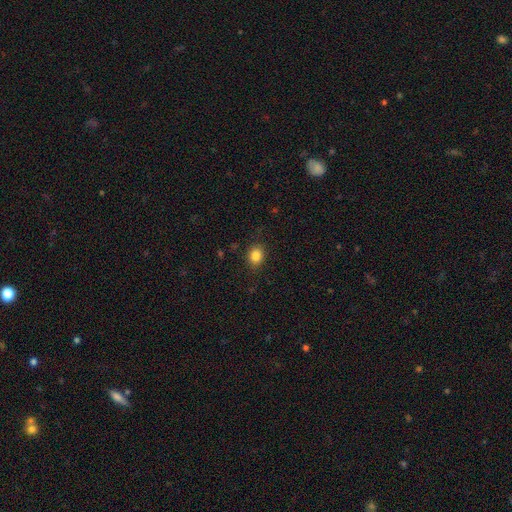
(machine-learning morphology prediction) Smooth or featured?
  - smooth: 84% *
  - star or artifact: 11%
  - featured or disk: 5%
How rounded?
  - round: 57% *
  - in between: 42%
  - cigar-shaped: 1%
Merging?
  - none: 85% *
  - minor disturbance: 11%
  - major disturbance: 3%
  - merger: 1%